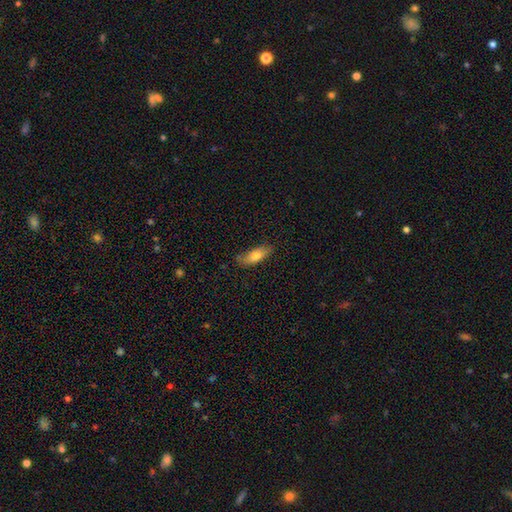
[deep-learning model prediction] The model was most divided on "how rounded": in between: 67%, cigar-shaped: 31%, round: 2%. More confident: smooth or featured — smooth (75%); merging — none (75%).